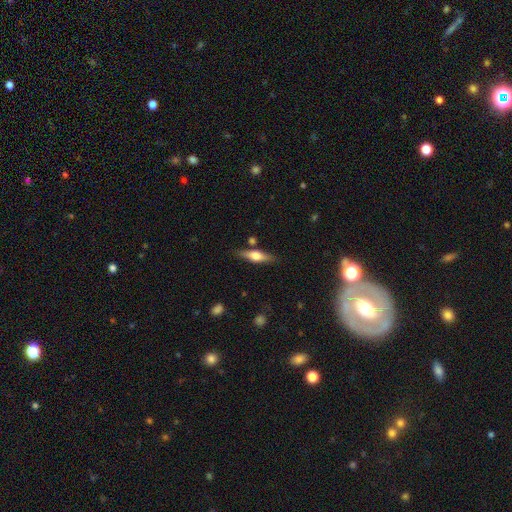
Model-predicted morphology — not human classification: A featured or disk galaxy (51%) viewed edge-on (93%). Merging: none (82%).